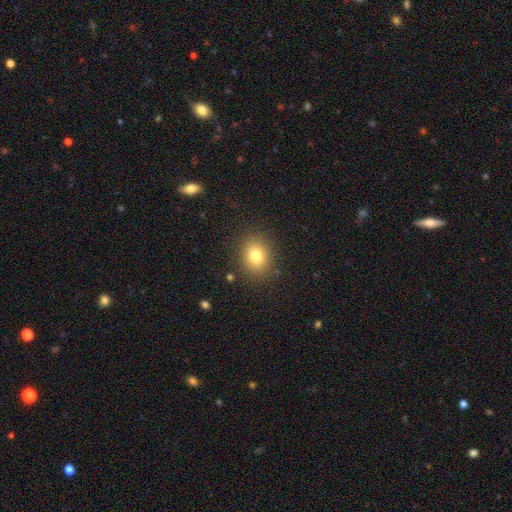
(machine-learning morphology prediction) smooth_or_featured: smooth (p=0.79) [alt: star or artifact p=0.12]
how_rounded: round (p=0.57) [alt: in between p=0.42]
merging: none (p=0.87) [alt: minor disturbance p=0.08]